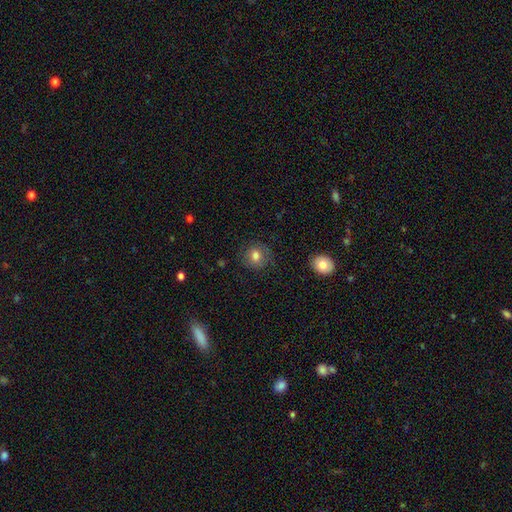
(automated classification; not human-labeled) Q: Smooth or featured?
A: smooth (79%); runner-up: star or artifact (10%)
Q: How rounded?
A: round (83%); runner-up: in between (16%)
Q: Merging?
A: none (83%); runner-up: minor disturbance (12%)